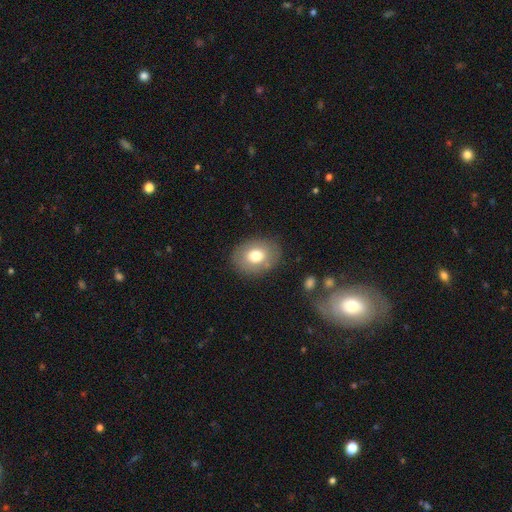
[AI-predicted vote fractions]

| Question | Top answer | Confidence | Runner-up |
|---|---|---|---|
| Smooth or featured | smooth | 72% | featured or disk (20%) |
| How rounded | in between | 57% | round (42%) |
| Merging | none | 82% | minor disturbance (12%) |